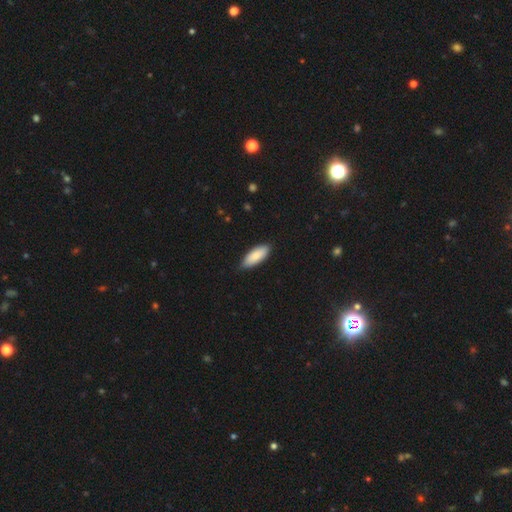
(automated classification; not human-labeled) Smooth or featured: smooth — 84% (featured or disk — 11%)
How rounded: in between — 77% (cigar-shaped — 21%)
Merging: none — 84% (minor disturbance — 13%)